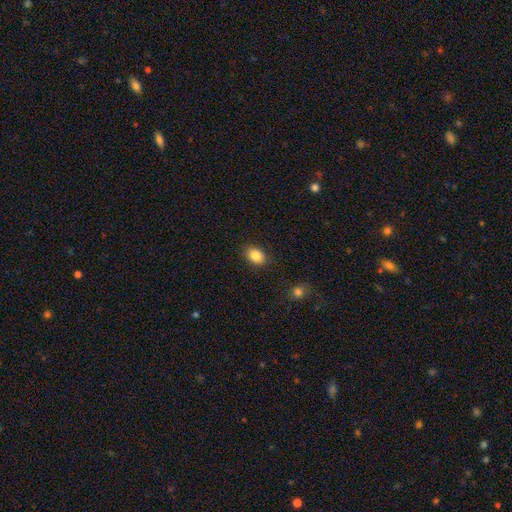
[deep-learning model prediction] Smooth or featured: smooth — 85% (star or artifact — 9%)
How rounded: in between — 69% (round — 30%)
Merging: none — 87% (minor disturbance — 9%)